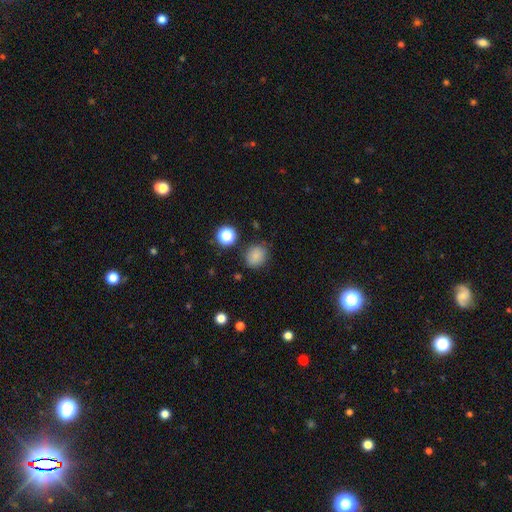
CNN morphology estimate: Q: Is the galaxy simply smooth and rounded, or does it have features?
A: smooth — 83%.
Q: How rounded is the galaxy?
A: round — 66%.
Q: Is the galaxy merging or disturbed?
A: none — 82%.